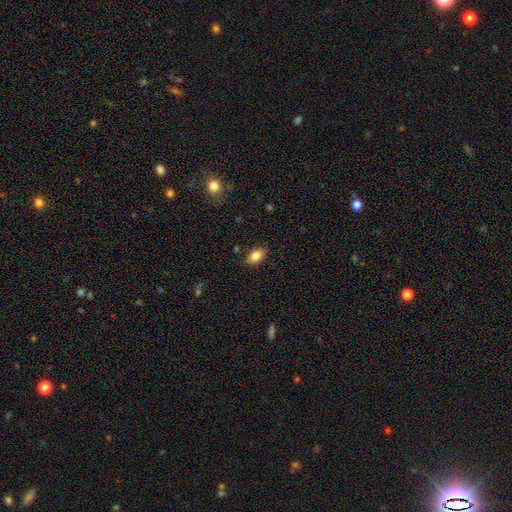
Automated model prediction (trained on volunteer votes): A smooth galaxy with no disk features (83%) that is in between round and cigar-shaped (87%).

Vote fractions:
- Smooth or featured? smooth: 83% / featured or disk: 9% / star or artifact: 8%
- How rounded? in between: 87% / round: 10% / cigar-shaped: 3%
- Merging? none: 85% / minor disturbance: 11% / major disturbance: 2% / merger: 1%